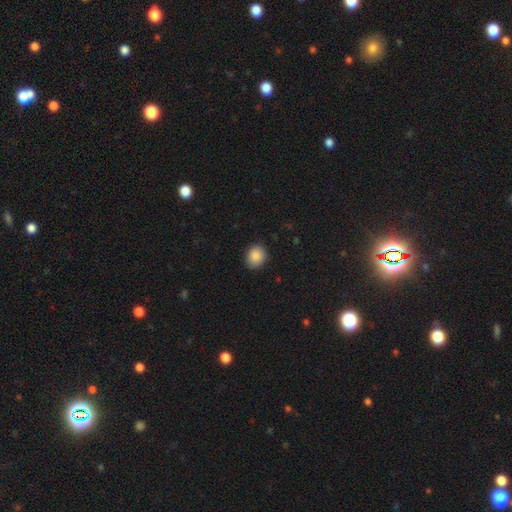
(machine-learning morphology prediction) Smooth or featured?
  - smooth: 88% *
  - star or artifact: 8%
  - featured or disk: 4%
How rounded?
  - round: 67% *
  - in between: 32%
  - cigar-shaped: 1%
Merging?
  - none: 87% *
  - minor disturbance: 10%
  - major disturbance: 2%
  - merger: 1%